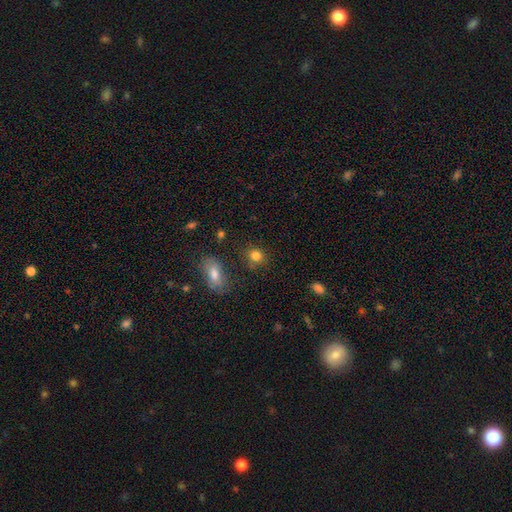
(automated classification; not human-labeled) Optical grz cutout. It shows a smooth galaxy with no disk features (83%) that is round (79%). Merging: none (80%).